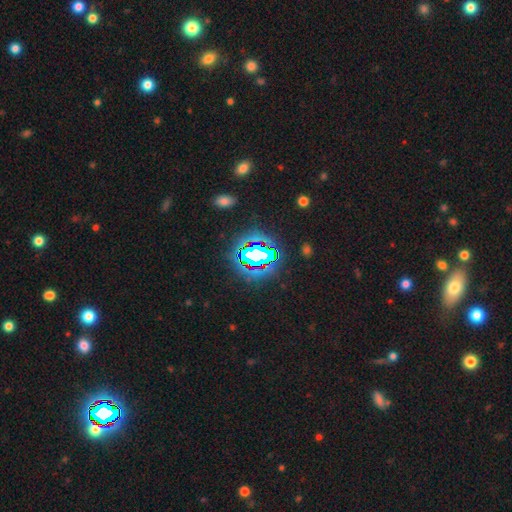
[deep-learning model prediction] Overall: star or artifact (73%).